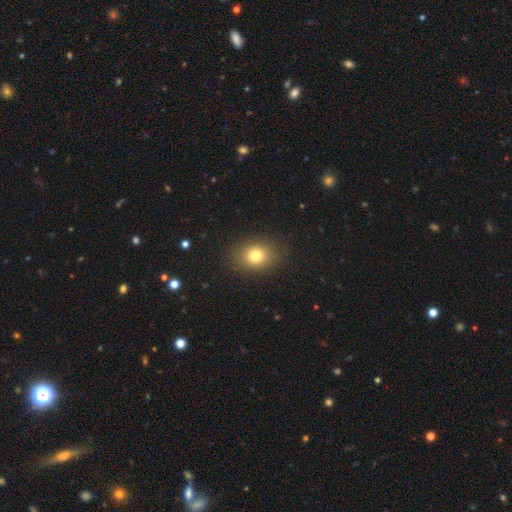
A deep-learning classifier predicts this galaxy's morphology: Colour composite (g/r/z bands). It shows a smooth galaxy with no disk features (78%) that is round (54%). Merging: none (88%).